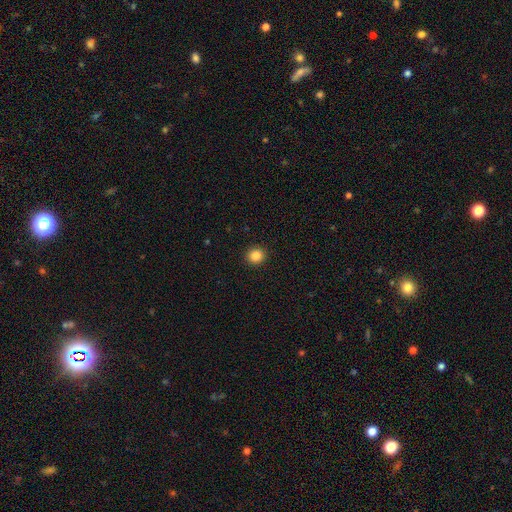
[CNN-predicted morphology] type=smooth (86%); roundness=round (88%); merging=none (93%).